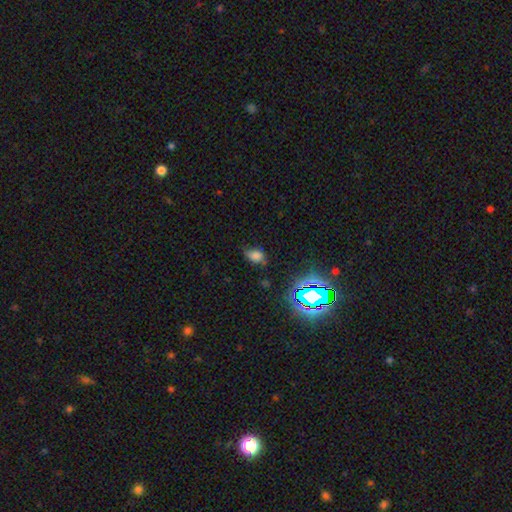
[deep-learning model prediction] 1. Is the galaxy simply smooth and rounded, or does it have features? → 65% smooth, 22% star or artifact, 13% featured or disk.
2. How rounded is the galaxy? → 82% in between, 16% round, 2% cigar-shaped.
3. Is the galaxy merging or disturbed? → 60% none, 29% minor disturbance, 9% major disturbance, 2% merger.